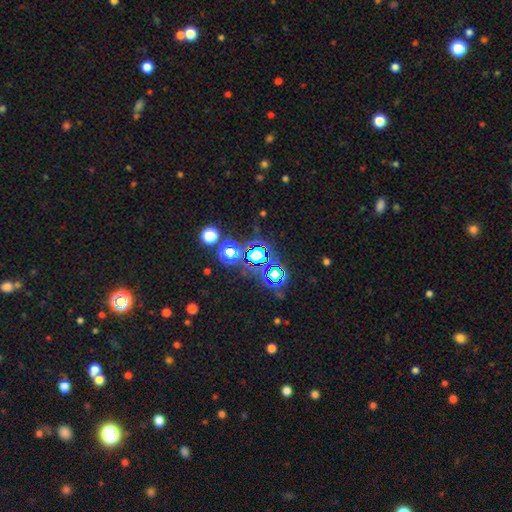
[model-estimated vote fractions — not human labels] This appears to be a star or artifact, not a galaxy (70%).